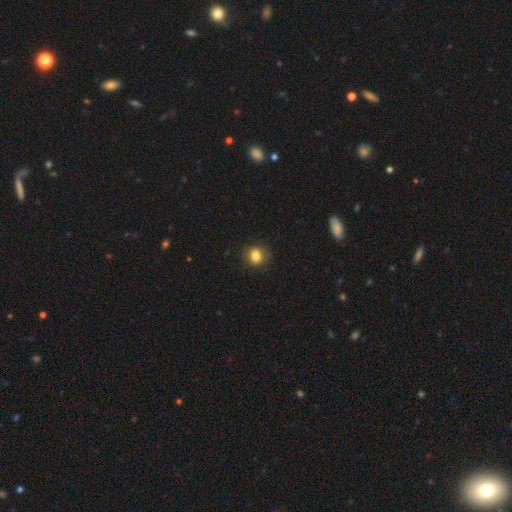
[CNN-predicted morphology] type=smooth (83%); roundness=round (80%); merging=none (86%).